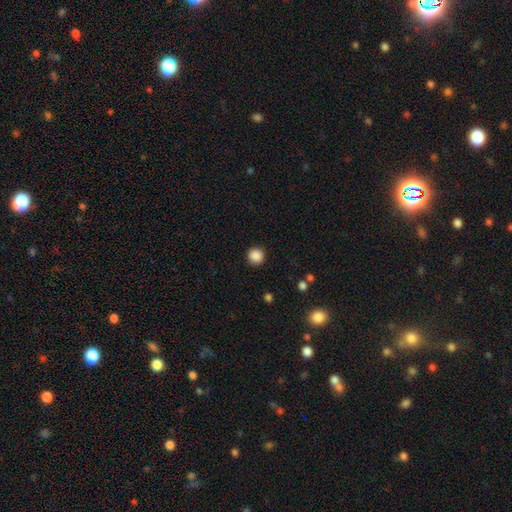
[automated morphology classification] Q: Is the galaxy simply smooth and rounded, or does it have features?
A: smooth — 88%.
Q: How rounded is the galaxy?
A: round — 94%.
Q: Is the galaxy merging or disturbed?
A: none — 92%.